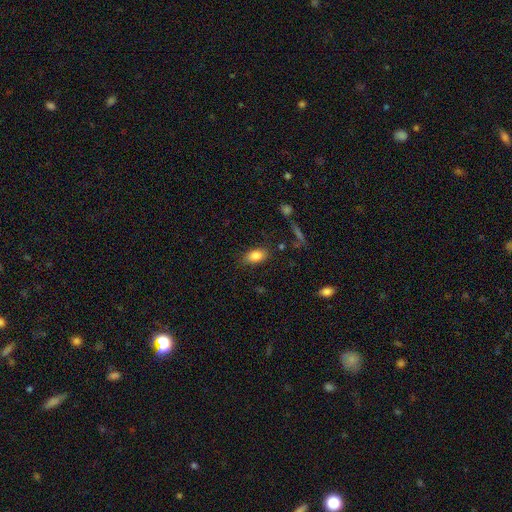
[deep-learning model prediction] Smooth or featured? Predicted: smooth (p=0.84). How rounded? Predicted: in between (p=0.89). Merging? Predicted: none (p=0.81).